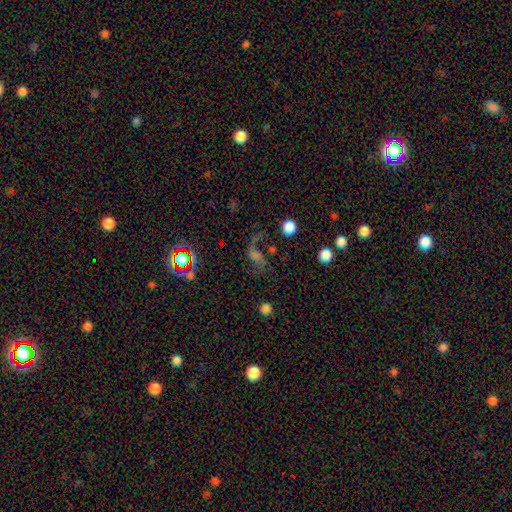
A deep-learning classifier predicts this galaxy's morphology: A featured or disk galaxy (47%).

Vote fractions:
- Smooth or featured? featured or disk: 47% / star or artifact: 27% / smooth: 26%
- Merging? none: 46% / major disturbance: 30% / minor disturbance: 16% / merger: 8%